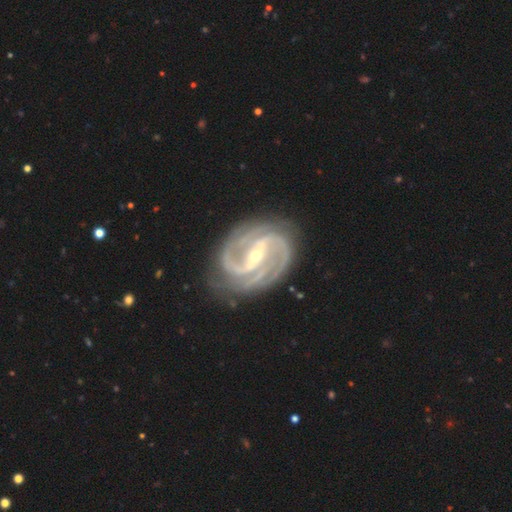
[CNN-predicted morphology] Smooth or featured? Predicted: featured or disk (p=0.93). Edge-on disk? Predicted: no (p=0.98). Bar? Predicted: strong (p=0.58). Spiral arms? Predicted: yes (p=0.99). Spiral winding? Predicted: medium (p=0.48). Spiral arm count? Predicted: 2 (p=0.44). Bulge size? Predicted: small (p=0.65). Merging? Predicted: none (p=0.78).